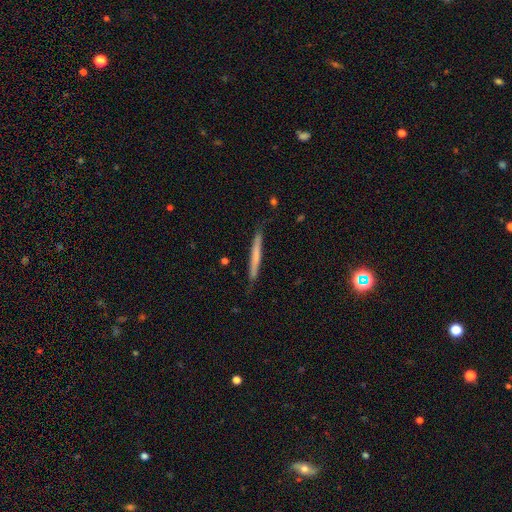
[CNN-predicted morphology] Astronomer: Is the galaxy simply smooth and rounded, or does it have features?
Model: smooth — 56% (runner-up: featured or disk, 38%).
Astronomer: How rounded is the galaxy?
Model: cigar-shaped — 97%.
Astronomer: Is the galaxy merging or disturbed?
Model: none — 84%.